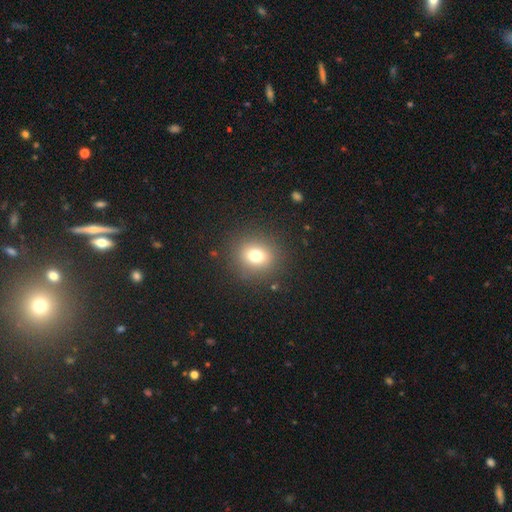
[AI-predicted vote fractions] Smooth or featured: smooth — 74% (star or artifact — 15%)
How rounded: round — 79% (in between — 20%)
Merging: none — 87% (minor disturbance — 7%)